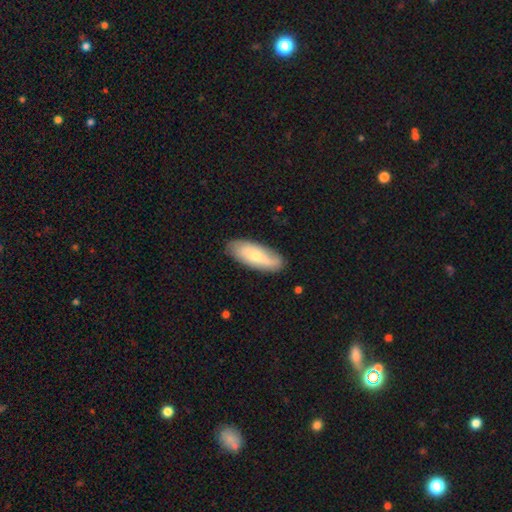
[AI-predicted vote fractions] Q: Smooth or featured?
A: smooth (56%); runner-up: featured or disk (38%)
Q: How rounded?
A: in between (76%); runner-up: cigar-shaped (22%)
Q: Merging?
A: none (81%); runner-up: minor disturbance (15%)